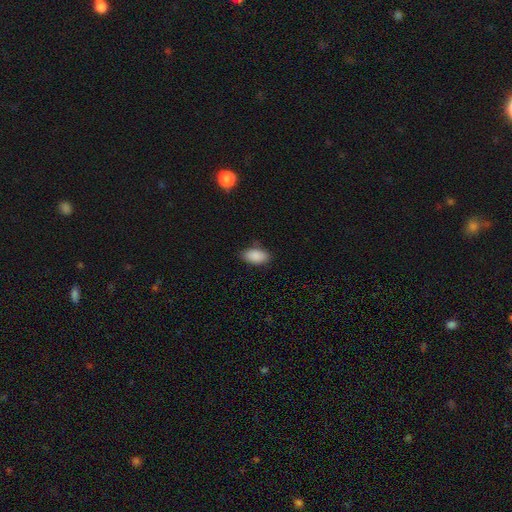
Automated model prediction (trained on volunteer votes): A smooth galaxy with no disk features (89%) that is in between round and cigar-shaped (93%).

Vote fractions:
- Smooth or featured? smooth: 89% / star or artifact: 7% / featured or disk: 4%
- How rounded? in between: 93% / round: 4% / cigar-shaped: 3%
- Merging? none: 83% / minor disturbance: 13% / major disturbance: 3% / merger: 1%